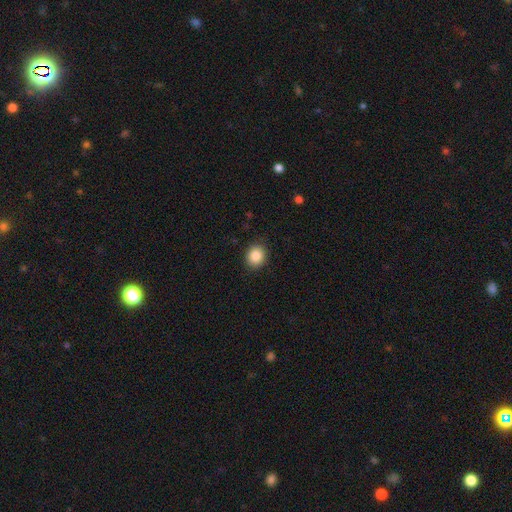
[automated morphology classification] smooth 87%, star or artifact 9%, featured or disk 4%. Down the decision tree: how rounded — round (74%); merging — none (89%).